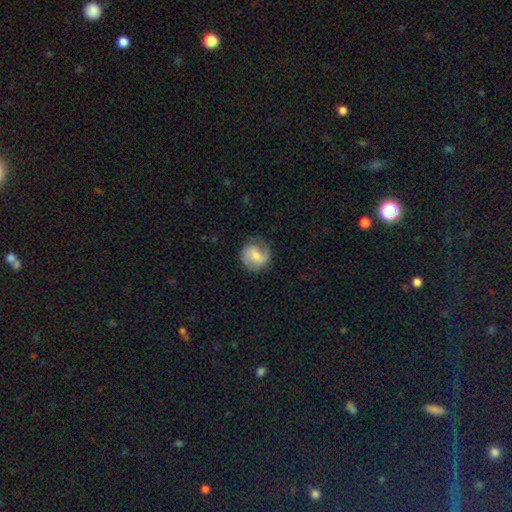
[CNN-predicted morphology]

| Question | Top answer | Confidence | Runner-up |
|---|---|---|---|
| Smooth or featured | featured or disk | 65% | smooth (29%) |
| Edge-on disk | no | 98% | yes (2%) |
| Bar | weak | 47% | no (39%) |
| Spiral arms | yes | 93% | no (7%) |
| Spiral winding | medium | 48% | loose (29%) |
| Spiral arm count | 2 | 88% | can't tell (5%) |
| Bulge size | moderate | 48% | small (39%) |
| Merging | none | 81% | minor disturbance (13%) |